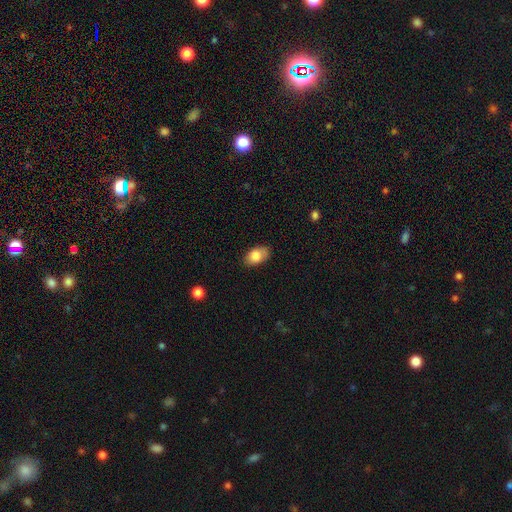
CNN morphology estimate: Overall: smooth (81%). How rounded: in between (88%). Merging: none (78%).